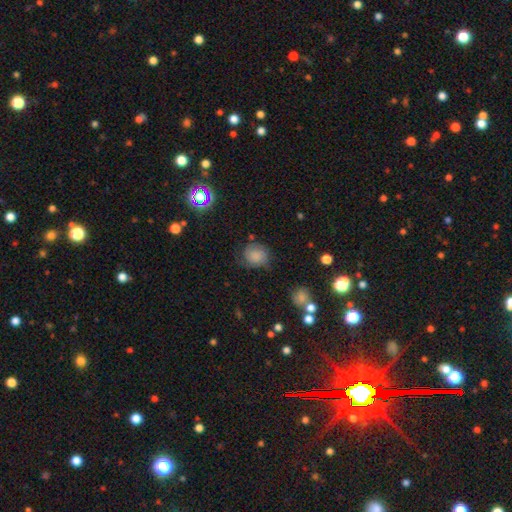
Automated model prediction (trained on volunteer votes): Overall: smooth (71%). How rounded: round (78%). Merging: none (59%; minor disturbance 27%).